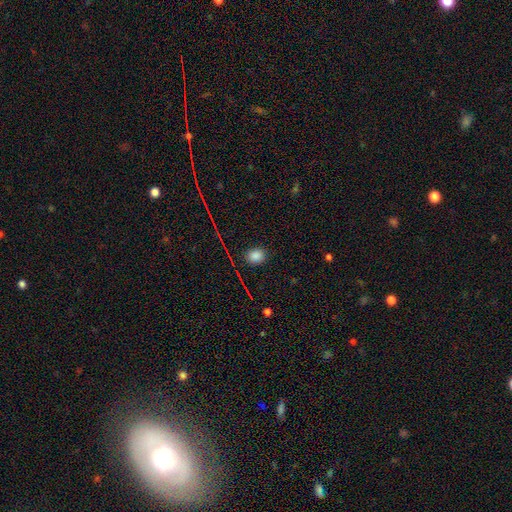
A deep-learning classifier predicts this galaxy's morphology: smooth-or-featured: smooth: 81% | star or artifact: 14% | featured or disk: 6%
  how-rounded: in between: 53% | round: 46% | cigar-shaped: 1%
  merging: none: 87% | minor disturbance: 9% | major disturbance: 3% | merger: 1%